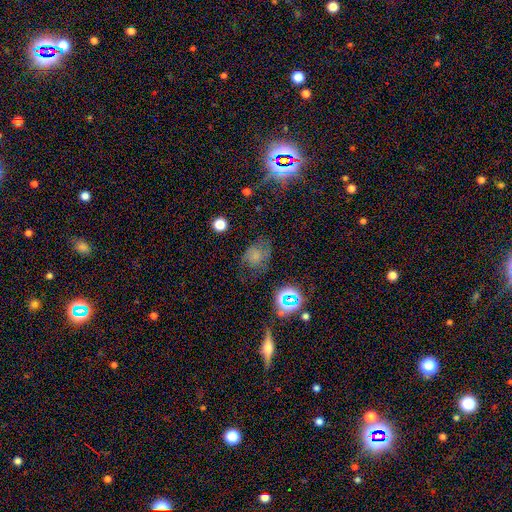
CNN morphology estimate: smooth 57%, star or artifact 22%, featured or disk 21%. Down the decision tree: how rounded — round (59%); merging — none (52%).